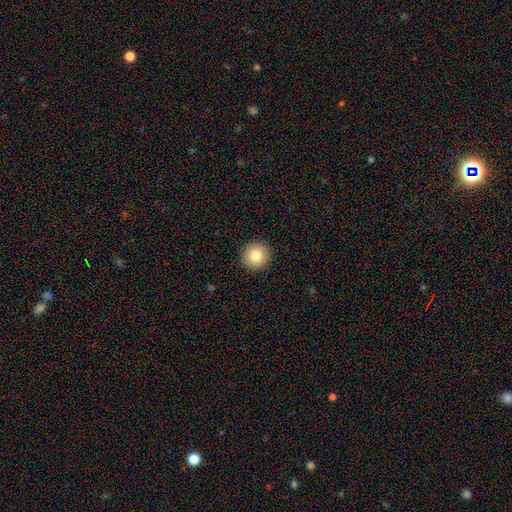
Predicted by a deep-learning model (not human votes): A smooth galaxy with no disk features (84%) that is round (94%). Merging: none (93%).